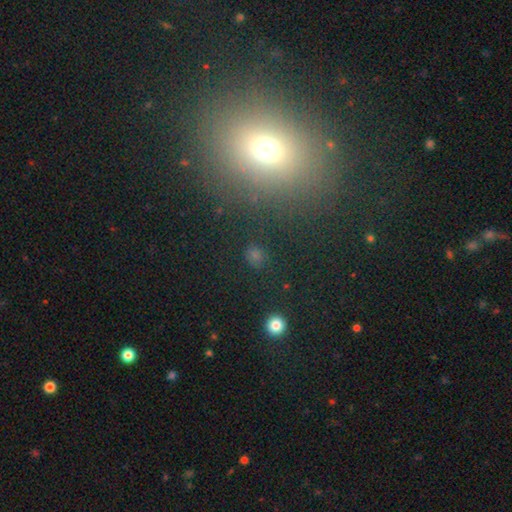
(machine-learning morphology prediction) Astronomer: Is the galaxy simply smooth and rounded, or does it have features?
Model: smooth — 65%.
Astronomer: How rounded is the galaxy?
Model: round — 77%.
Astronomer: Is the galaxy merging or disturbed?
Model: none — 85%.